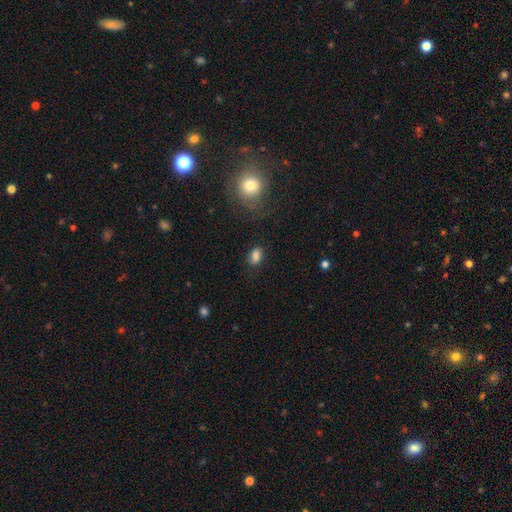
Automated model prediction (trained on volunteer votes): This appears to be a smooth galaxy with no disk features (82%) that is in between round and cigar-shaped (84%). Merging: none (79%).